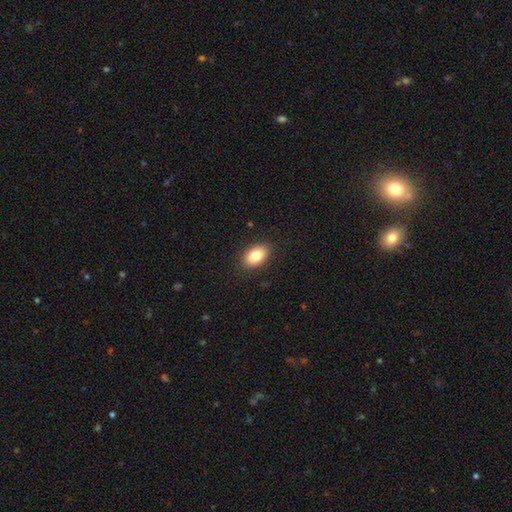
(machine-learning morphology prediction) type=smooth (83%); roundness=in between (89%); merging=none (89%).